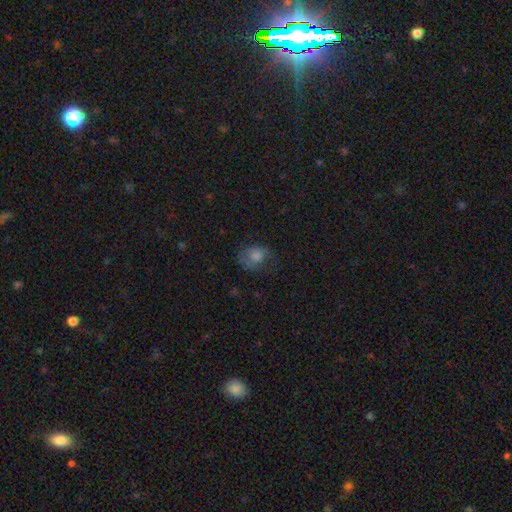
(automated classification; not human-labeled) Smooth or featured? smooth (62%)
How rounded? round (54%)
Merging? none (56%)